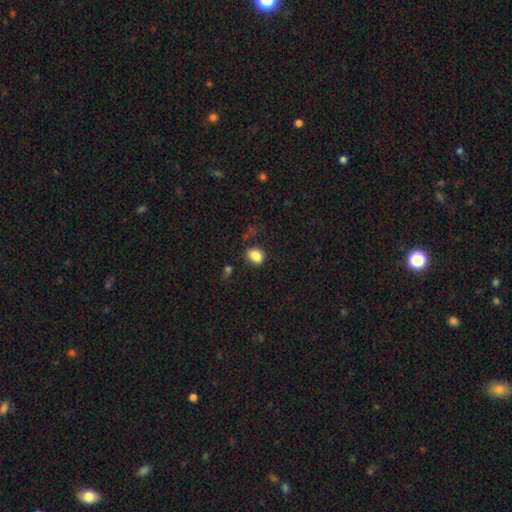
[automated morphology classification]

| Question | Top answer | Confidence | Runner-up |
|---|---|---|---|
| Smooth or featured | smooth | 85% | star or artifact (11%) |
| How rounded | in between | 64% | round (35%) |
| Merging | none | 69% | minor disturbance (19%) |